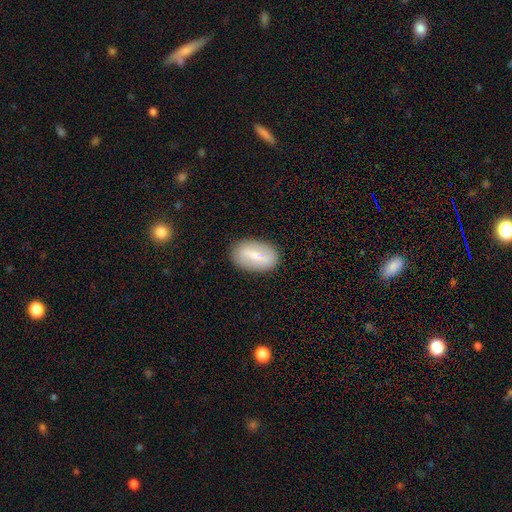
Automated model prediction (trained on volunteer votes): Smooth or featured? smooth (56%)
How rounded? in between (91%)
Merging? none (86%)